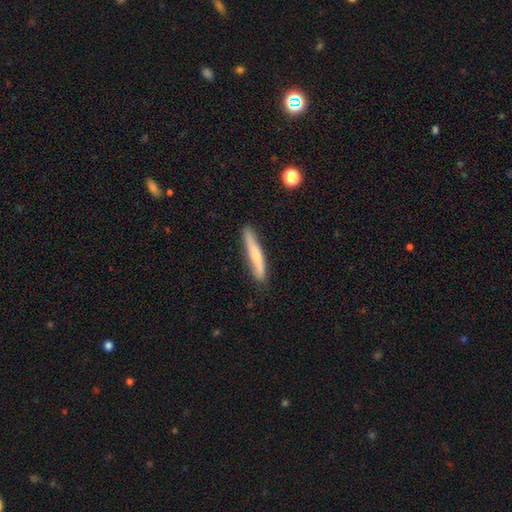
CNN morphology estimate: Smooth or featured?
  - smooth: 56% *
  - featured or disk: 39%
  - star or artifact: 6%
How rounded?
  - cigar-shaped: 93% *
  - in between: 6%
  - round: 1%
Merging?
  - none: 82% *
  - minor disturbance: 14%
  - major disturbance: 2%
  - merger: 2%